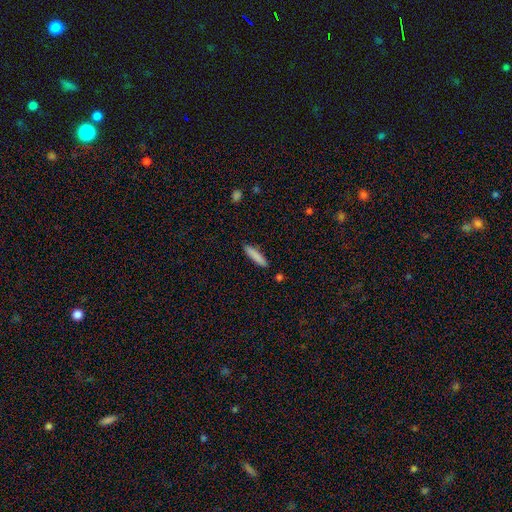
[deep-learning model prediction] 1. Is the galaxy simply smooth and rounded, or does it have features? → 85% smooth, 9% featured or disk, 6% star or artifact.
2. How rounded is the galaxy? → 85% cigar-shaped, 13% in between, 1% round.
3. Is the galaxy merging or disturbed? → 88% none, 8% minor disturbance, 2% merger, 2% major disturbance.